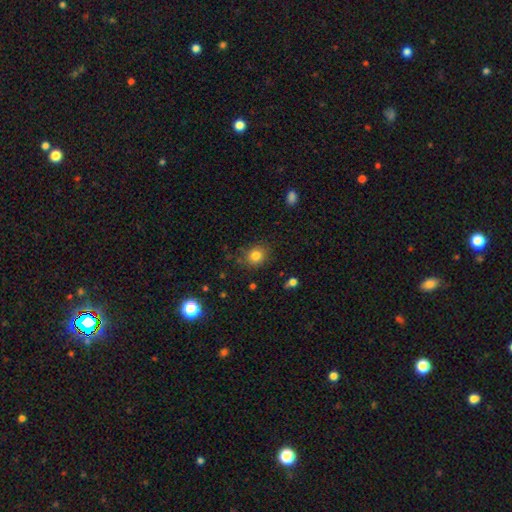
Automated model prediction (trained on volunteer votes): This is clearly a smooth galaxy (82%). How rounded: likely round (73%). Merging: clearly none (80%).